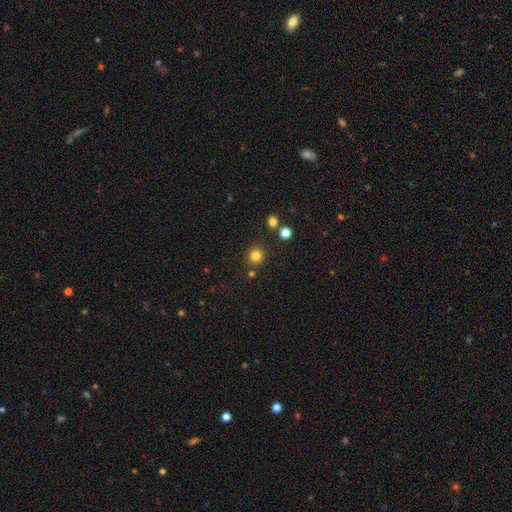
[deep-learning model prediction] This is clearly a smooth galaxy (81%). How rounded: clearly round (93%). Merging: clearly none (87%).